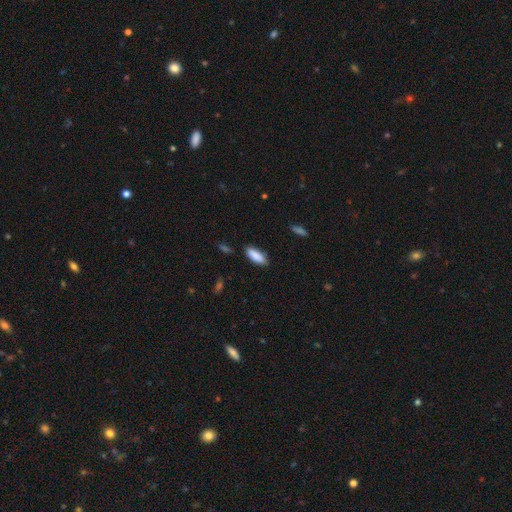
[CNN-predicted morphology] type=smooth (88%); roundness=in between (72%); merging=none (83%).